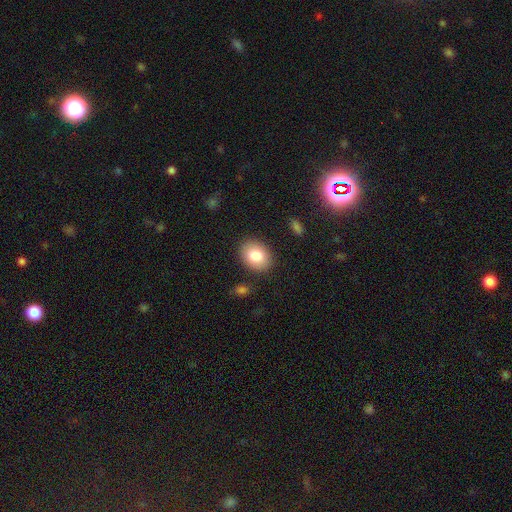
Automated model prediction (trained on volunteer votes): smooth_or_featured: smooth (p=0.82) [alt: featured or disk p=0.10]
how_rounded: in between (p=0.64) [alt: round p=0.35]
merging: none (p=0.87) [alt: minor disturbance p=0.09]